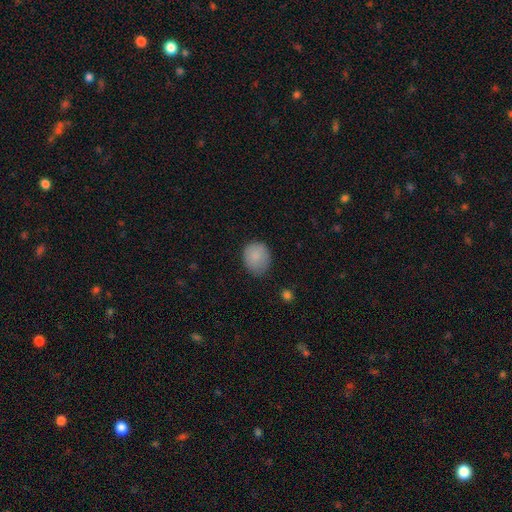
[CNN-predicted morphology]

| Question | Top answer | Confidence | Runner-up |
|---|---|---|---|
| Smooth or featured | smooth | 86% | star or artifact (8%) |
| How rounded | round | 69% | in between (30%) |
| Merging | none | 72% | minor disturbance (22%) |